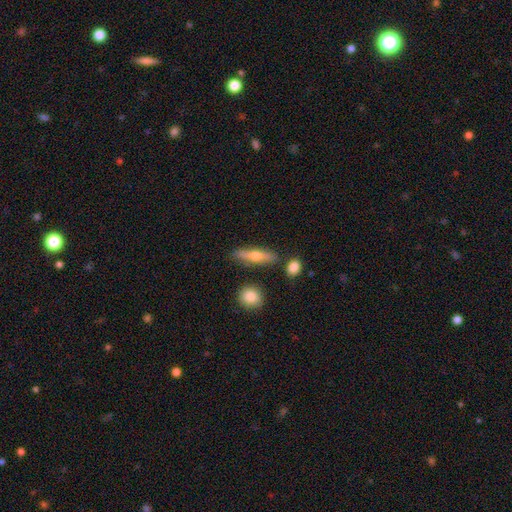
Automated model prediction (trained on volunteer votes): smooth_or_featured: smooth (p=0.48) [alt: featured or disk p=0.45]
merging: none (p=0.83) [alt: minor disturbance p=0.10]